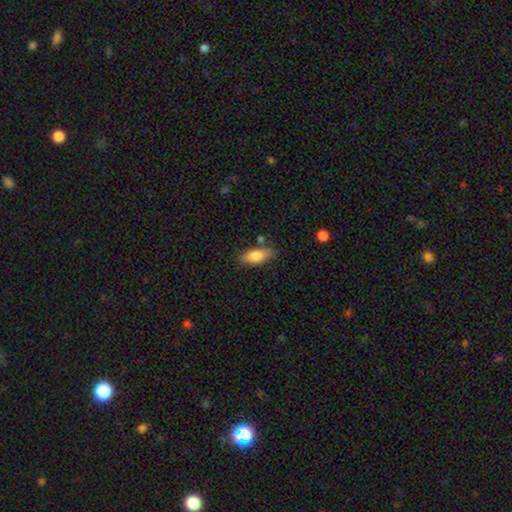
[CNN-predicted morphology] A smooth galaxy with no disk features (80%) that is in between round and cigar-shaped (78%).

Vote fractions:
- Smooth or featured? smooth: 80% / featured or disk: 13% / star or artifact: 7%
- How rounded? in between: 78% / cigar-shaped: 19% / round: 3%
- Merging? none: 72% / minor disturbance: 17% / merger: 6% / major disturbance: 4%